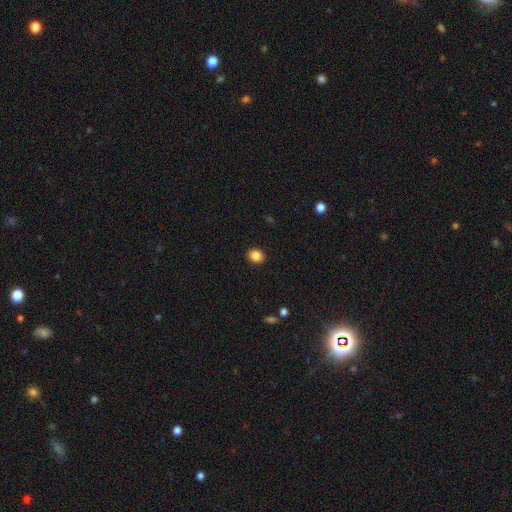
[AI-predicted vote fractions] smooth-or-featured: smooth: 85% | star or artifact: 10% | featured or disk: 5%
  how-rounded: round: 64% | in between: 35% | cigar-shaped: 1%
  merging: none: 92% | minor disturbance: 5% | major disturbance: 2% | merger: 1%